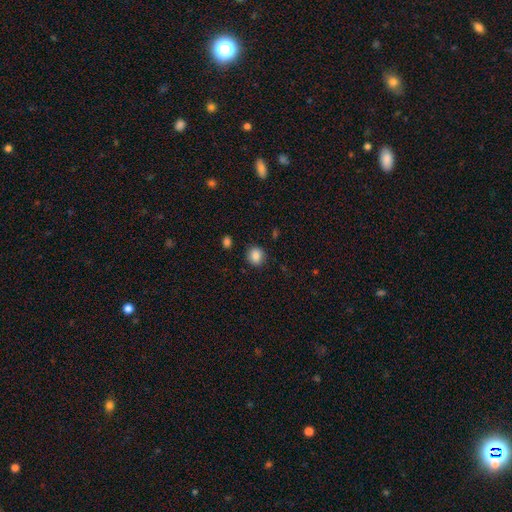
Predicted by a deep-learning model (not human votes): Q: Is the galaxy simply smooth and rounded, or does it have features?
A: smooth — 87%.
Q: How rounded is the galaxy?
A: round — 77%.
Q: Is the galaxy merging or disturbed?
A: none — 87%.